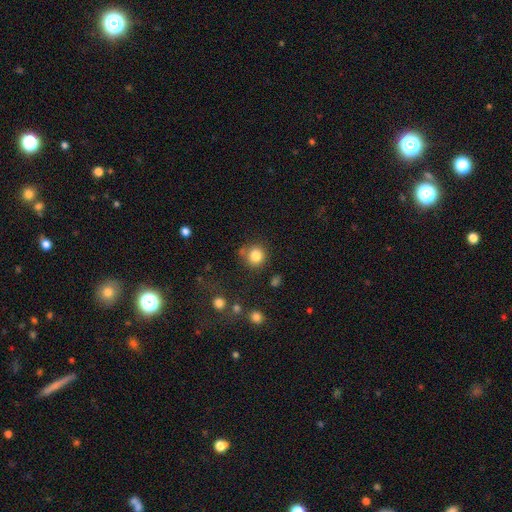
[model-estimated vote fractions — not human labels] This appears to be a smooth galaxy with no disk features (83%) that is round (90%). Merging: none (75%).